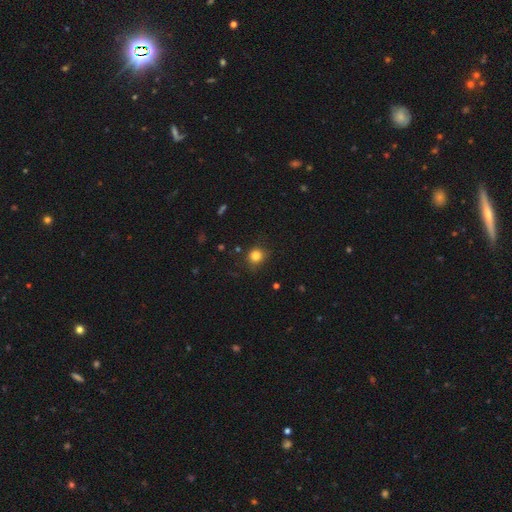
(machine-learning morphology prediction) This appears to be a smooth galaxy with no disk features (83%) that is round (85%). Merging: none (81%).